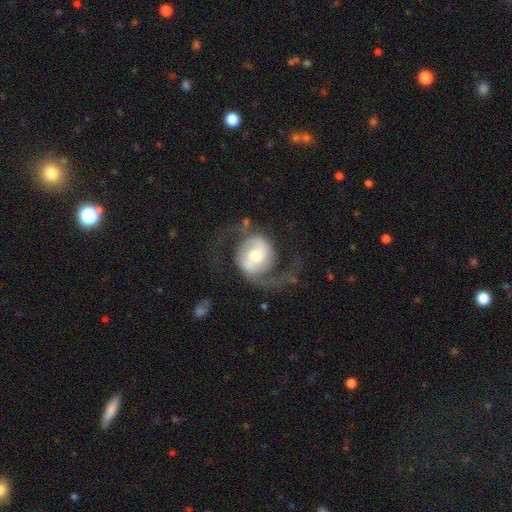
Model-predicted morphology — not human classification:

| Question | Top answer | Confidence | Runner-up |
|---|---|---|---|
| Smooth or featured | featured or disk | 80% | smooth (15%) |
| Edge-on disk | no | 97% | yes (3%) |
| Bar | no | 45% | weak (37%) |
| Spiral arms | yes | 91% | no (9%) |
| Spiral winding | loose | 48% | medium (41%) |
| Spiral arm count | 2 | 90% | 1 (4%) |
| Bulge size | moderate | 66% | small (17%) |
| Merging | none | 64% | major disturbance (20%) |